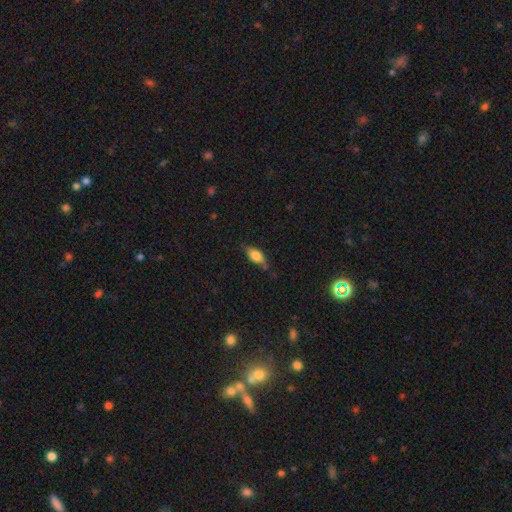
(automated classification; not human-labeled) Smooth or featured?
  - smooth: 76% *
  - featured or disk: 16%
  - star or artifact: 8%
How rounded?
  - in between: 84% *
  - cigar-shaped: 12%
  - round: 4%
Merging?
  - none: 66% *
  - minor disturbance: 25%
  - major disturbance: 5%
  - merger: 3%